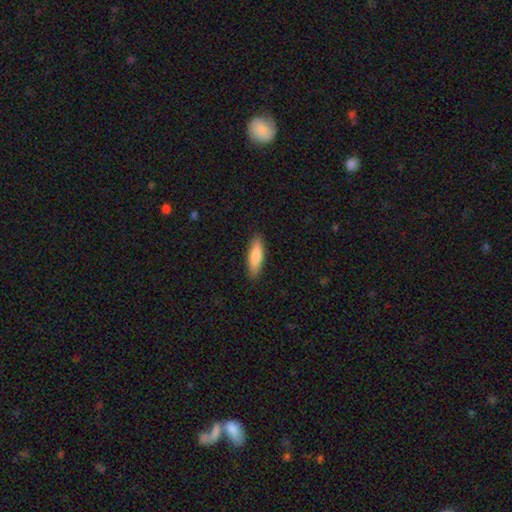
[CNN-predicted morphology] A smooth galaxy with no disk features (83%) that is cigar-shaped (59%). Merging: none (88%).